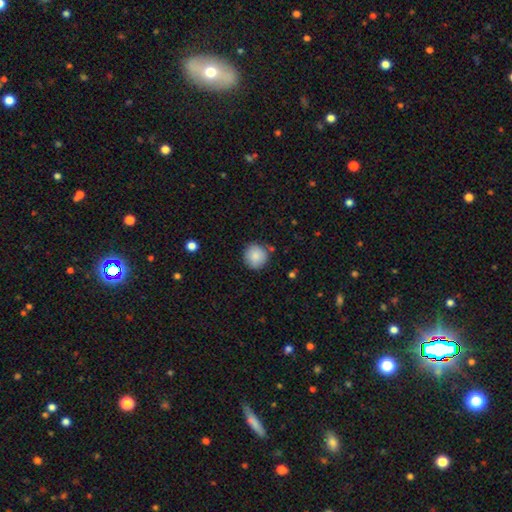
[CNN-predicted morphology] Smooth or featured? smooth (87%)
How rounded? round (93%)
Merging? none (85%)